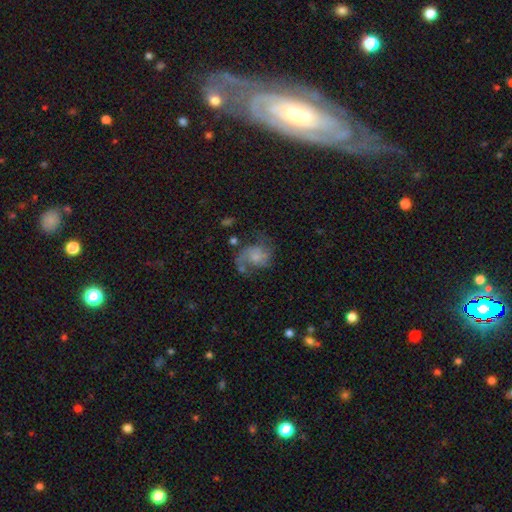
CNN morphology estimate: A featured or disk galaxy (61%) with no bar (73%), spiral arms (83%) and a small central bulge (44%).

Vote fractions:
- Smooth or featured? featured or disk: 61% / smooth: 29% / star or artifact: 10%
- Edge-on disk? no: 98% / yes: 2%
- Bar? no: 73% / weak: 24% / strong: 3%
- Spiral arms? yes: 83% / no: 17%
- Bulge size? small: 44% / moderate: 27% / none: 22% / large: 6% / dominant: 2%
- Merging? none: 41% / major disturbance: 30% / minor disturbance: 22% / merger: 7%